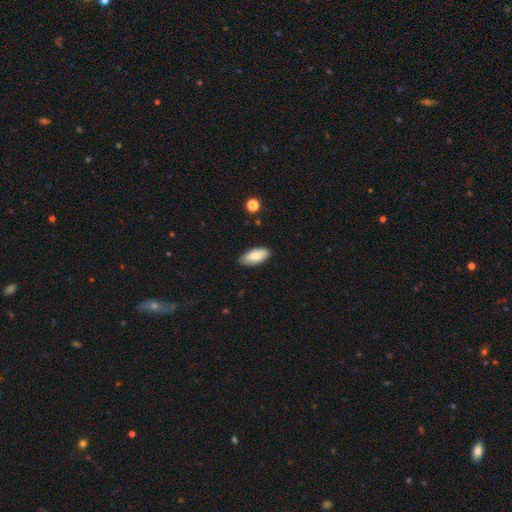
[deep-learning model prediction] smooth_or_featured: smooth (p=0.82) [alt: featured or disk p=0.12]
how_rounded: in between (p=0.91) [alt: cigar-shaped p=0.07]
merging: none (p=0.85) [alt: minor disturbance p=0.12]